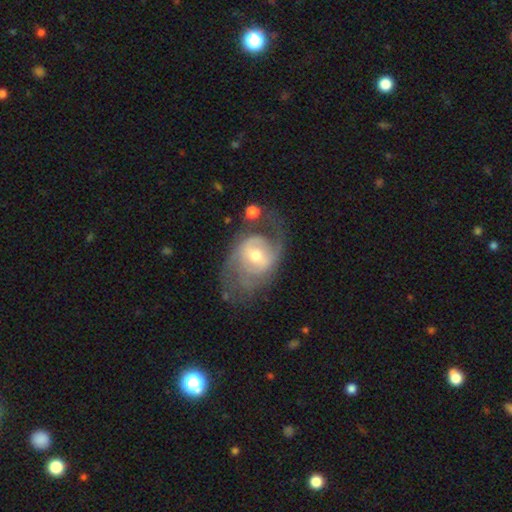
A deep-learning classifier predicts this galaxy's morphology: Q: Smooth or featured?
A: featured or disk (77%); runner-up: smooth (17%)
Q: Edge-on disk?
A: no (96%); runner-up: yes (4%)
Q: Bar?
A: weak (47%); runner-up: no (35%)
Q: Spiral arms?
A: yes (81%); runner-up: no (19%)
Q: Spiral winding?
A: medium (42%); runner-up: tight (36%)
Q: Spiral arm count?
A: 2 (56%); runner-up: can't tell (25%)
Q: Bulge size?
A: moderate (66%); runner-up: small (27%)
Q: Merging?
A: none (49%); runner-up: major disturbance (24%)